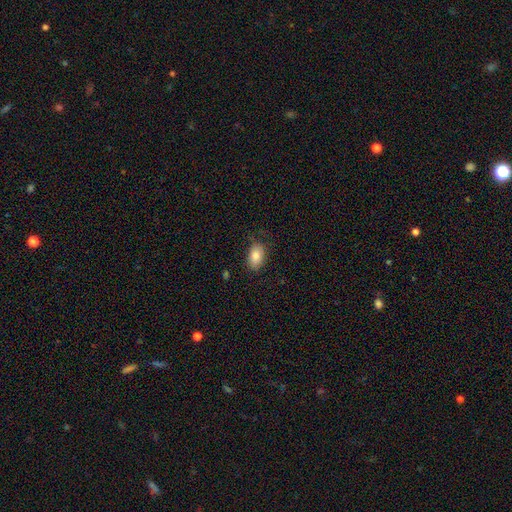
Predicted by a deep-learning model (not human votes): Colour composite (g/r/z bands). It shows a smooth galaxy with no disk features (83%) that is in between round and cigar-shaped (91%). Merging: none (78%).